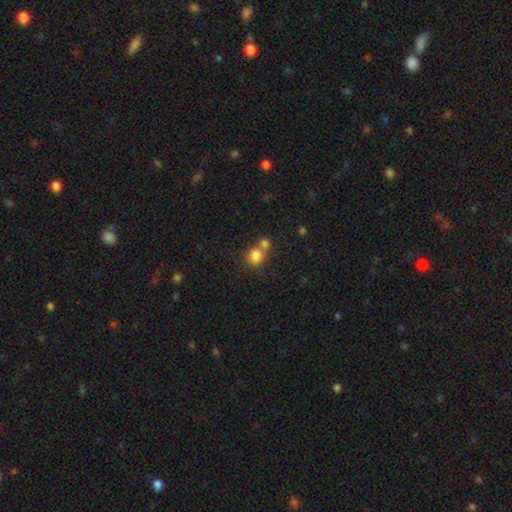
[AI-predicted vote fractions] A smooth galaxy with no disk features (82%) that is round (87%).

Vote fractions:
- Smooth or featured? smooth: 82% / star or artifact: 11% / featured or disk: 7%
- How rounded? round: 87% / in between: 12% / cigar-shaped: 1%
- Merging? none: 49% / merger: 41% / minor disturbance: 7% / major disturbance: 3%